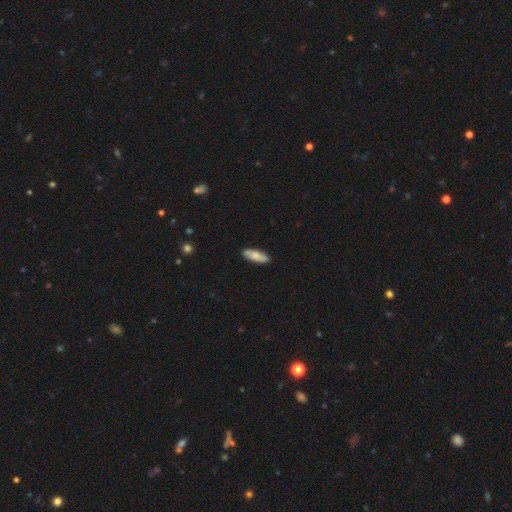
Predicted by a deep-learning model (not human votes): smooth_or_featured: smooth (p=0.71) [alt: featured or disk p=0.23]
how_rounded: in between (p=0.64) [alt: cigar-shaped p=0.34]
merging: none (p=0.87) [alt: minor disturbance p=0.10]